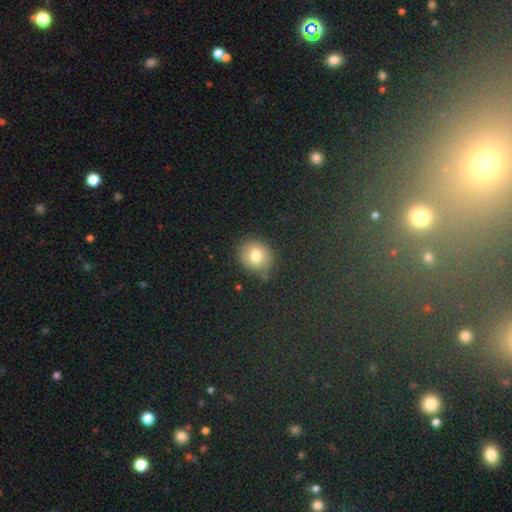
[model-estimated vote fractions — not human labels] Smooth or featured?
  - smooth: 77% *
  - star or artifact: 12%
  - featured or disk: 11%
How rounded?
  - round: 76% *
  - in between: 23%
  - cigar-shaped: 1%
Merging?
  - none: 82% *
  - minor disturbance: 12%
  - major disturbance: 3%
  - merger: 3%